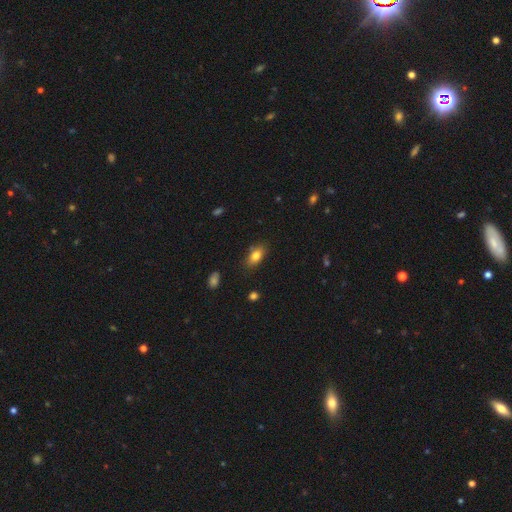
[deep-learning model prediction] Q: Smooth or featured?
A: smooth (81%); runner-up: featured or disk (10%)
Q: How rounded?
A: in between (86%); runner-up: round (8%)
Q: Merging?
A: none (79%); runner-up: minor disturbance (15%)